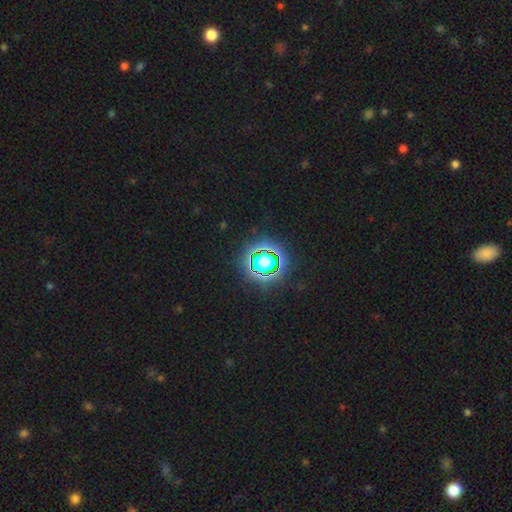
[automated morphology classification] star or artifact 79%, smooth 14%, featured or disk 7%.